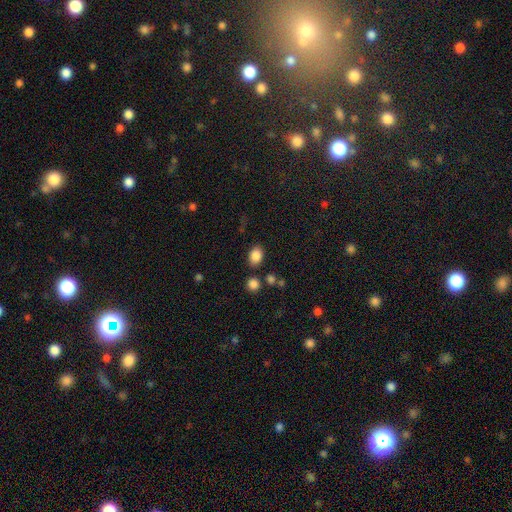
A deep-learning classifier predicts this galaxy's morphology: Smooth or featured? Predicted: smooth (p=0.86). How rounded? Predicted: in between (p=0.69). Merging? Predicted: none (p=0.81).